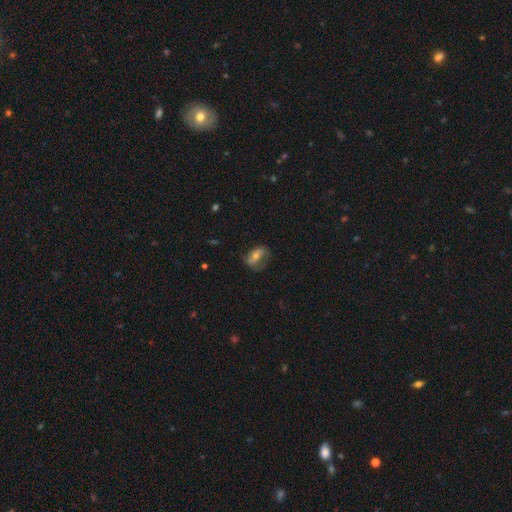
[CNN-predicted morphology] Smooth or featured?
  - featured or disk: 47% *
  - smooth: 43%
  - star or artifact: 10%
Merging?
  - none: 56% *
  - minor disturbance: 26%
  - major disturbance: 17%
  - merger: 2%